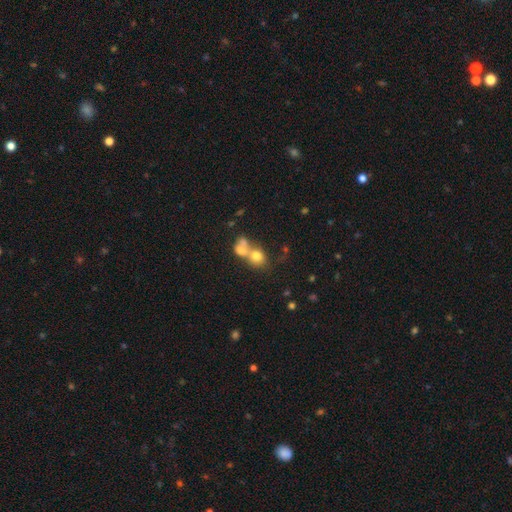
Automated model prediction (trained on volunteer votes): Overall: smooth (61%; featured or disk 22%). How rounded: round (73%). Merging: merger (61%; none 28%).